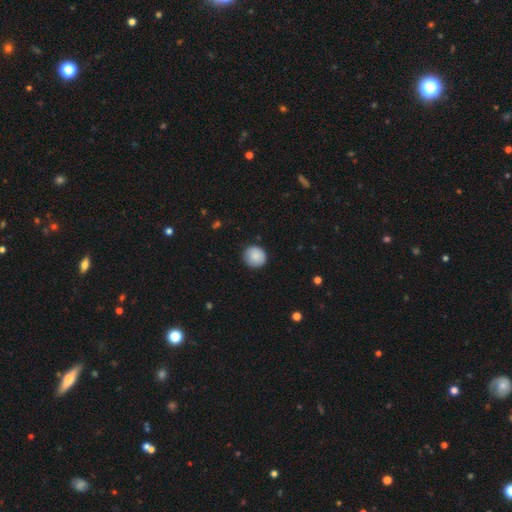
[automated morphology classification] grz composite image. It shows a smooth galaxy with no disk features (86%) that is round (90%). Merging: none (87%).